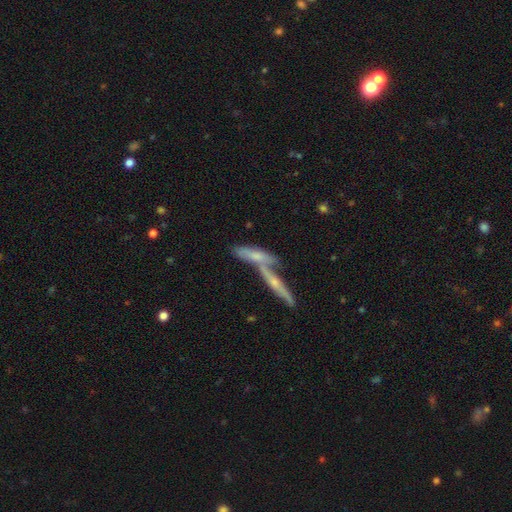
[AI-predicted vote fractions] Overall: featured or disk (50%; smooth 42%). Merging: merger (54%; none 33%).